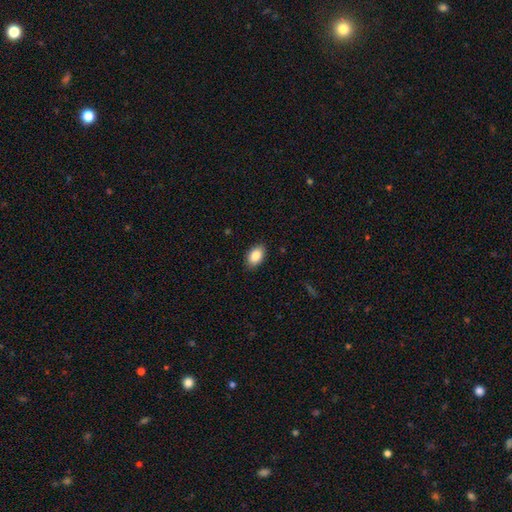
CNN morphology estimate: smooth-or-featured: smooth: 86% | star or artifact: 7% | featured or disk: 6%
  how-rounded: in between: 90% | round: 9% | cigar-shaped: 1%
  merging: none: 88% | minor disturbance: 9% | major disturbance: 2% | merger: 1%